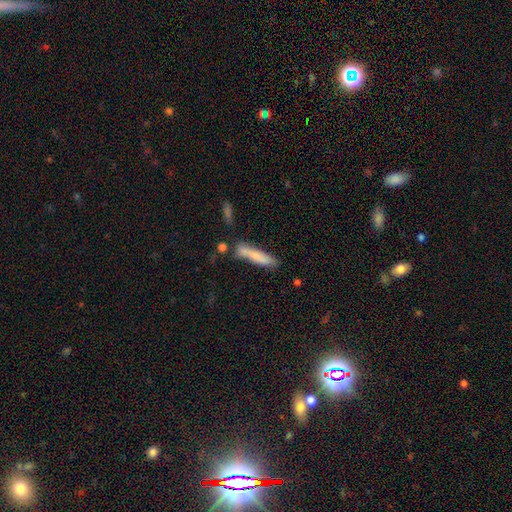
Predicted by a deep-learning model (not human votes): Q: Smooth or featured?
A: smooth (74%); runner-up: featured or disk (19%)
Q: How rounded?
A: cigar-shaped (87%); runner-up: in between (11%)
Q: Merging?
A: none (65%); runner-up: minor disturbance (18%)